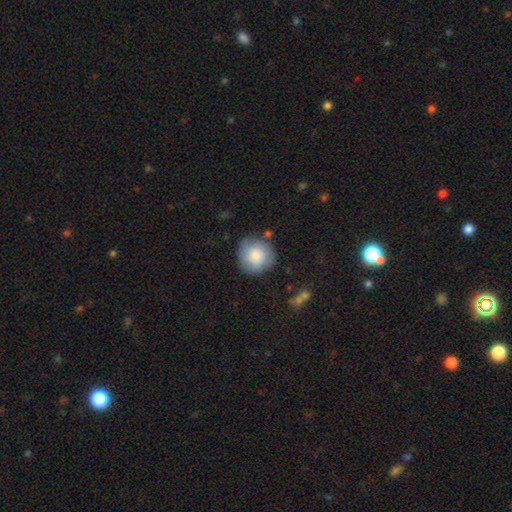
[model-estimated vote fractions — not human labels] Overall: smooth (78%). How rounded: round (91%). Merging: none (77%).